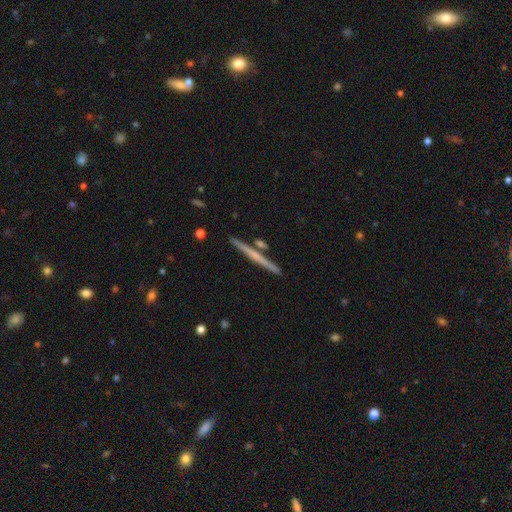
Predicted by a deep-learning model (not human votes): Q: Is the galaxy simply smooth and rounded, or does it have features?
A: featured or disk — 60%.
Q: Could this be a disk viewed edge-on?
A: yes — 98%.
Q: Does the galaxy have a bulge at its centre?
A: none — 66%.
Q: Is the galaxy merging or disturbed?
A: none — 88%.